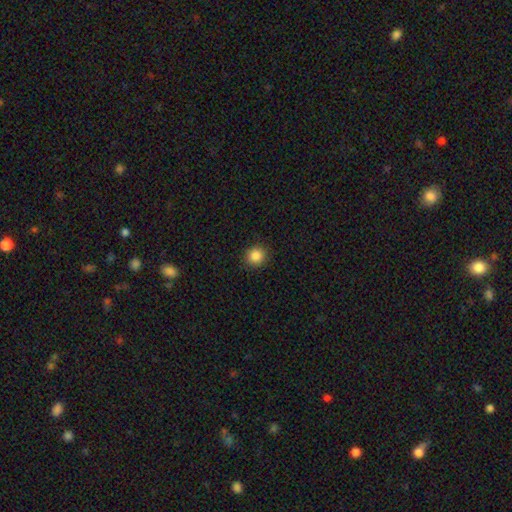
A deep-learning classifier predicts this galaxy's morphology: smooth-or-featured: smooth: 86% | star or artifact: 10% | featured or disk: 4%
  how-rounded: round: 92% | in between: 7% | cigar-shaped: 1%
  merging: none: 91% | minor disturbance: 6% | major disturbance: 2% | merger: 1%